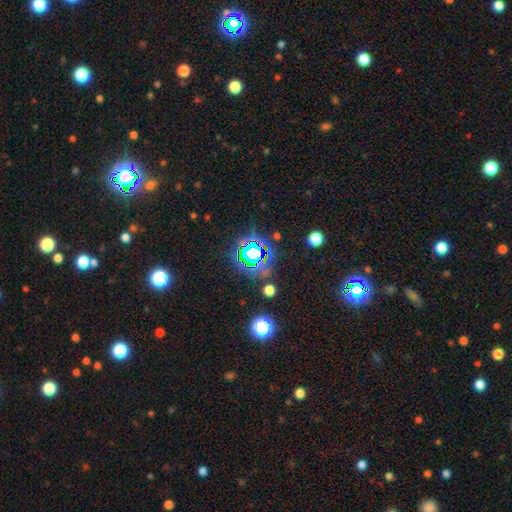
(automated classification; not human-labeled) The model was most divided on "smooth or featured": star or artifact: 69%, smooth: 20%, featured or disk: 11%.